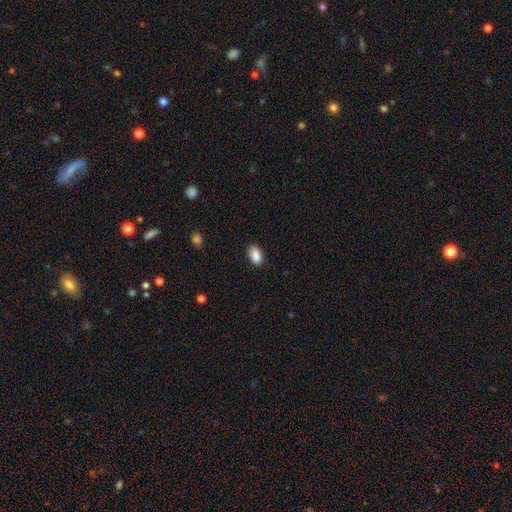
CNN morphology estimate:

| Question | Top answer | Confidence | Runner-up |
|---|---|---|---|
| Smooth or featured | smooth | 89% | star or artifact (8%) |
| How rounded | in between | 92% | round (6%) |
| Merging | none | 86% | minor disturbance (11%) |